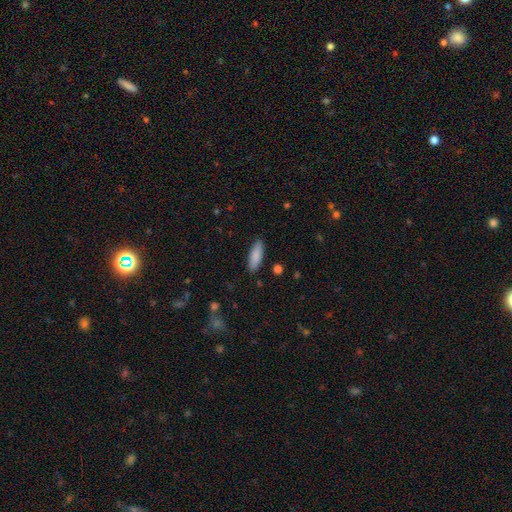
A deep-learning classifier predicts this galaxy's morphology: This appears to be a smooth galaxy with no disk features (88%) that is in between round and cigar-shaped (58%). Merging: none (88%).